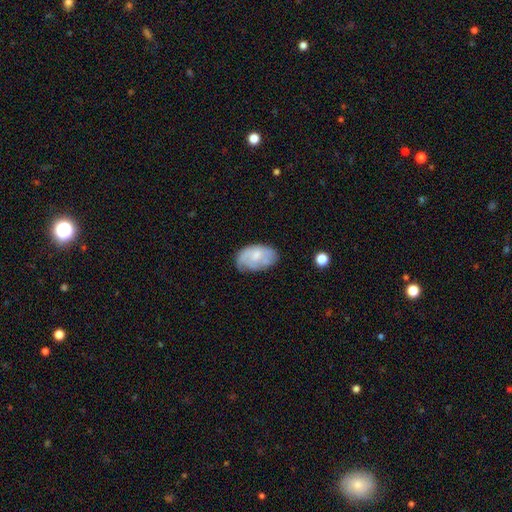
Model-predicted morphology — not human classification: A smooth galaxy with no disk features (48%).

Vote fractions:
- Smooth or featured? smooth: 48% / featured or disk: 45% / star or artifact: 7%
- Merging? none: 58% / minor disturbance: 30% / major disturbance: 10% / merger: 2%